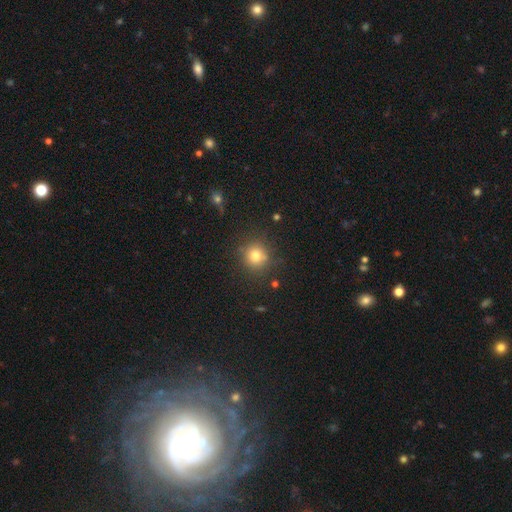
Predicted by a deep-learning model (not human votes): Smooth or featured: smooth — 78% (star or artifact — 15%)
How rounded: round — 92% (in between — 7%)
Merging: none — 83% (minor disturbance — 10%)